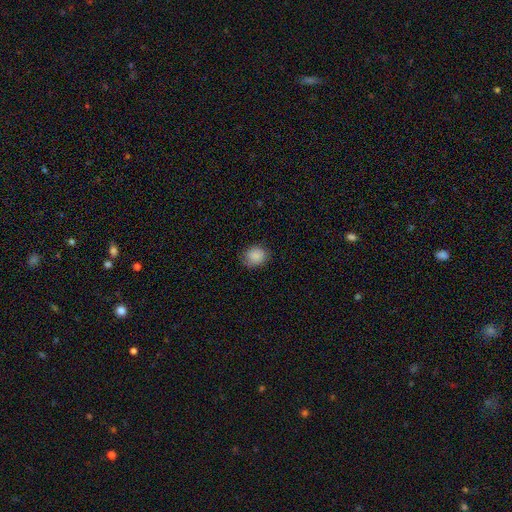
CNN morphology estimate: Smooth or featured? Predicted: smooth (p=0.87). How rounded? Predicted: round (p=0.64). Merging? Predicted: none (p=0.79).